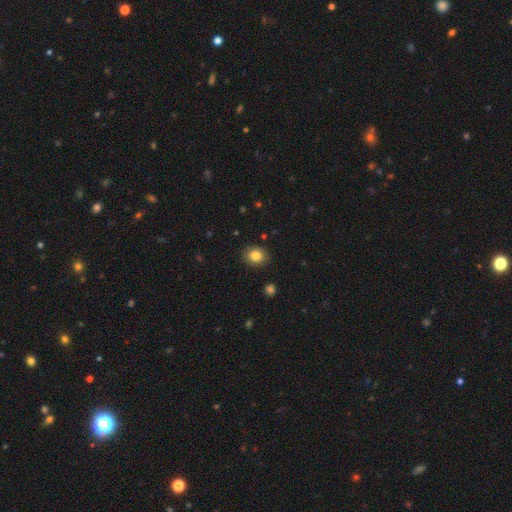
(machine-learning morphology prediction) smooth_or_featured: smooth (p=0.83) [alt: star or artifact p=0.10]
how_rounded: round (p=0.66) [alt: in between p=0.33]
merging: none (p=0.89) [alt: minor disturbance p=0.07]